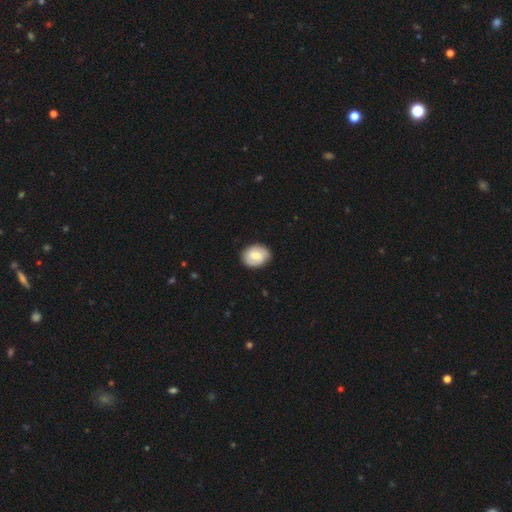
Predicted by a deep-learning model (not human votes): This is possibly a smooth galaxy (60%). How rounded: possibly round (50%). Merging: clearly none (83%).